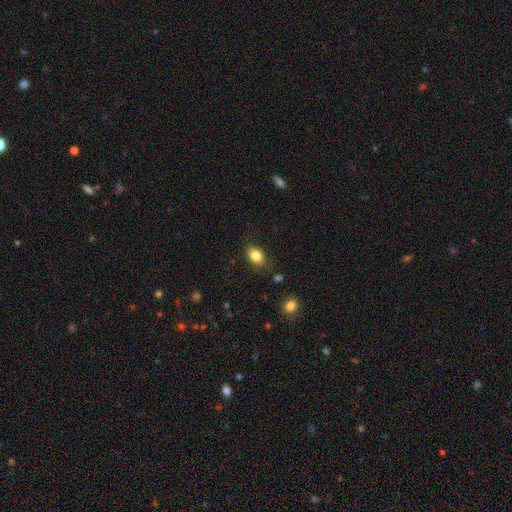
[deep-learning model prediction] Smooth or featured? Predicted: smooth (p=0.85). How rounded? Predicted: in between (p=0.85). Merging? Predicted: none (p=0.82).